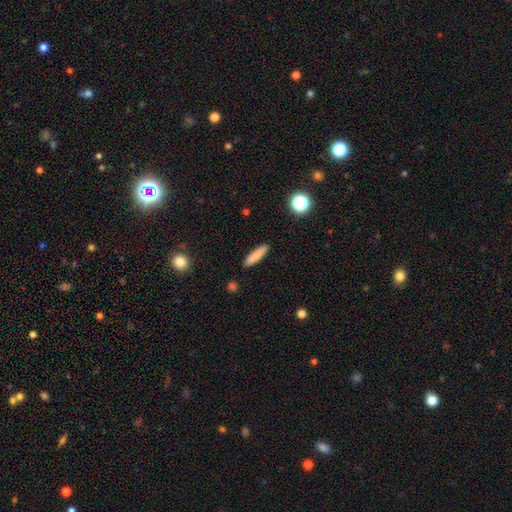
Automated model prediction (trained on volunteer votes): A smooth galaxy with no disk features (83%) that is cigar-shaped (80%).

Vote fractions:
- Smooth or featured? smooth: 83% / featured or disk: 10% / star or artifact: 8%
- How rounded? cigar-shaped: 80% / in between: 18% / round: 2%
- Merging? none: 90% / minor disturbance: 7% / major disturbance: 2% / merger: 1%